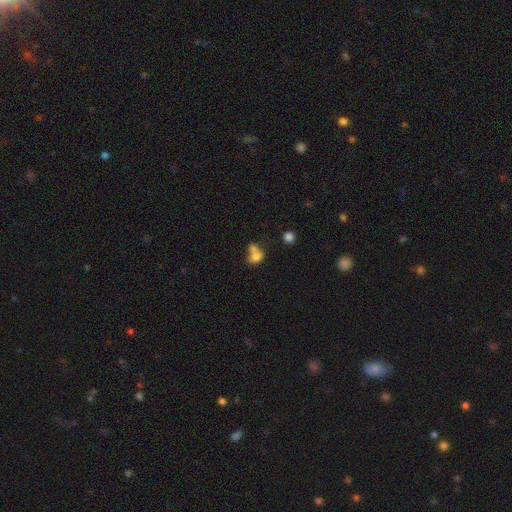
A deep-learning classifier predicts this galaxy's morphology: smooth 74%, featured or disk 15%, star or artifact 11%. Down the decision tree: how rounded — round (52%); merging — merger (57%).